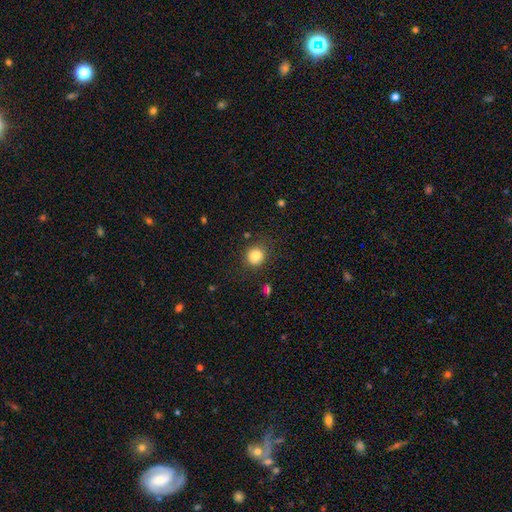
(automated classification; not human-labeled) This is clearly a smooth galaxy (84%). How rounded: likely round (79%). Merging: likely none (79%).